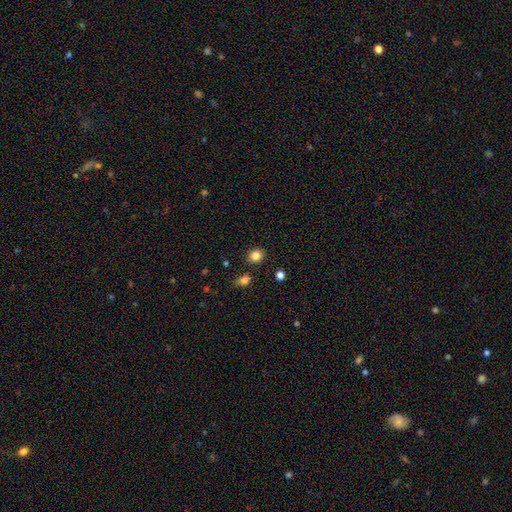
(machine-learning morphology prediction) Q: Smooth or featured?
A: smooth (83%); runner-up: star or artifact (11%)
Q: How rounded?
A: round (72%); runner-up: in between (27%)
Q: Merging?
A: none (86%); runner-up: minor disturbance (9%)